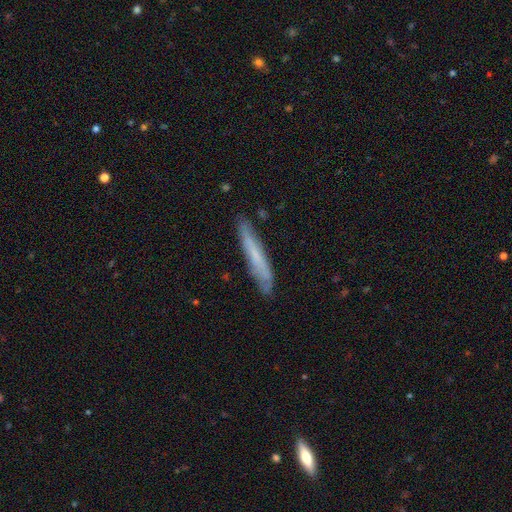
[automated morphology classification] Smooth or featured? Predicted: smooth (p=0.52). How rounded? Predicted: cigar-shaped (p=0.94). Merging? Predicted: none (p=0.80).